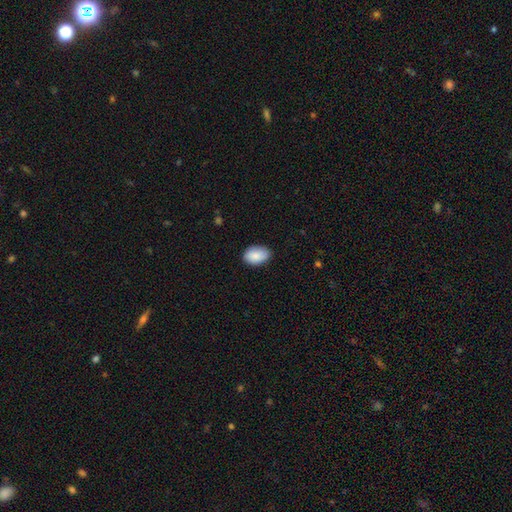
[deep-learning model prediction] Overall: smooth (88%). How rounded: in between (90%). Merging: none (83%).